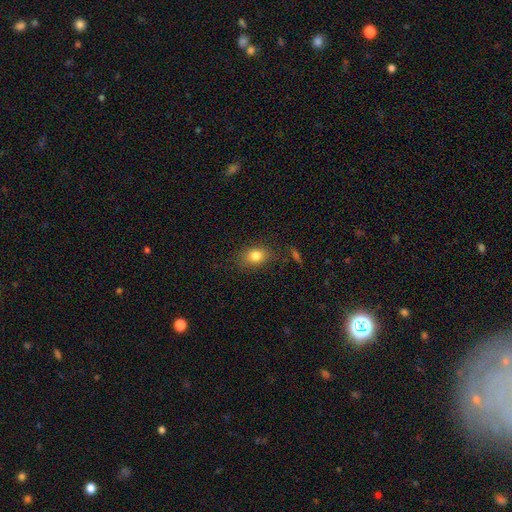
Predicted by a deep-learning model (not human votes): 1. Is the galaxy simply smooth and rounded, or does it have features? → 81% smooth, 10% star or artifact, 9% featured or disk.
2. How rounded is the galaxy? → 67% in between, 31% round, 2% cigar-shaped.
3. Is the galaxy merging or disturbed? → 81% none, 13% minor disturbance, 4% major disturbance, 2% merger.